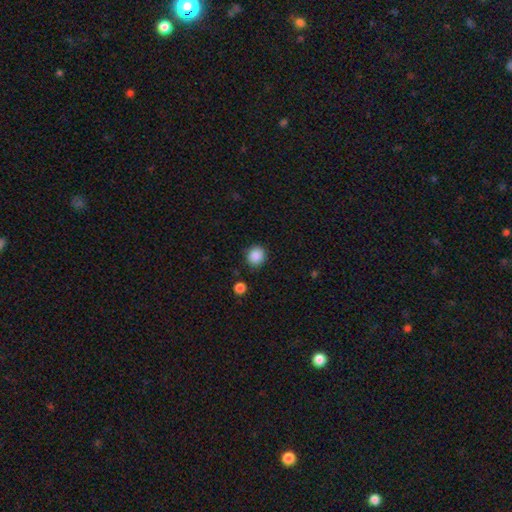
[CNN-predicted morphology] smooth 88%, star or artifact 9%, featured or disk 3%. Down the decision tree: how rounded — round (88%); merging — none (87%).